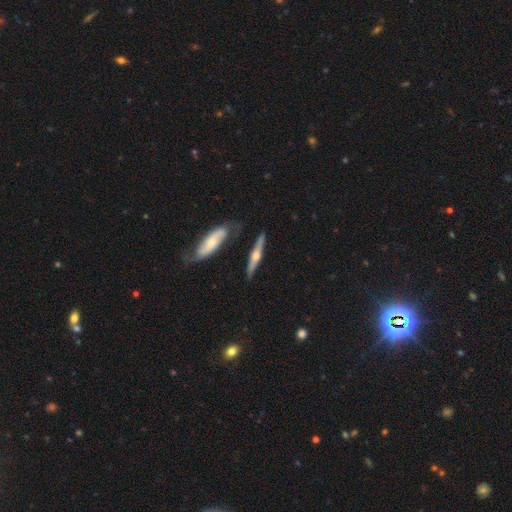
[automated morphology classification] type=featured or disk (71%); edge-on=yes (94%); edge-on bulge=rounded (93%); merging=none (78%).